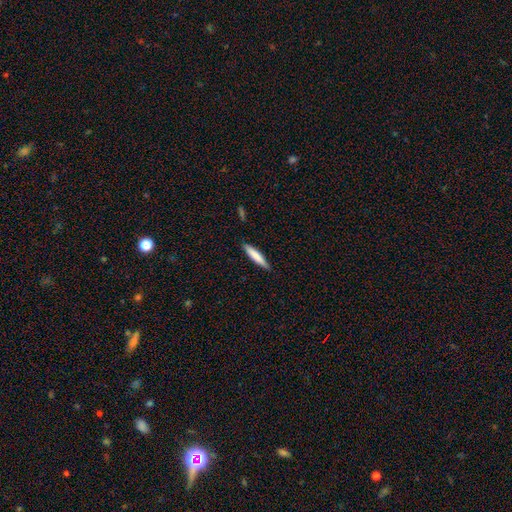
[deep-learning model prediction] smooth-or-featured: smooth: 77% | featured or disk: 17% | star or artifact: 5%
  how-rounded: cigar-shaped: 89% | in between: 10% | round: 1%
  merging: none: 89% | minor disturbance: 9% | major disturbance: 2% | merger: 1%